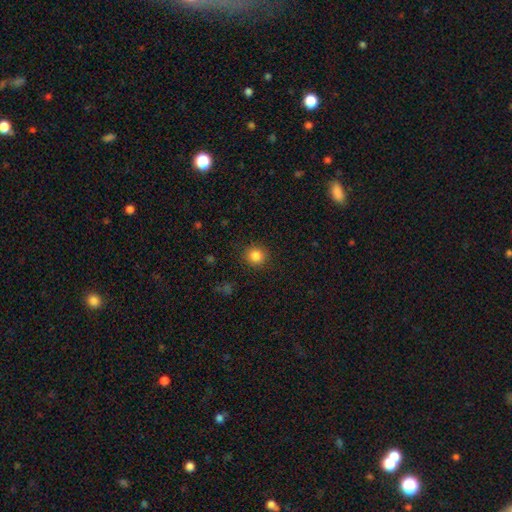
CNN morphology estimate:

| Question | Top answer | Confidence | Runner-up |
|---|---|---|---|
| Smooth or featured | smooth | 85% | star or artifact (11%) |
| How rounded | round | 90% | in between (9%) |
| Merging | none | 89% | minor disturbance (7%) |